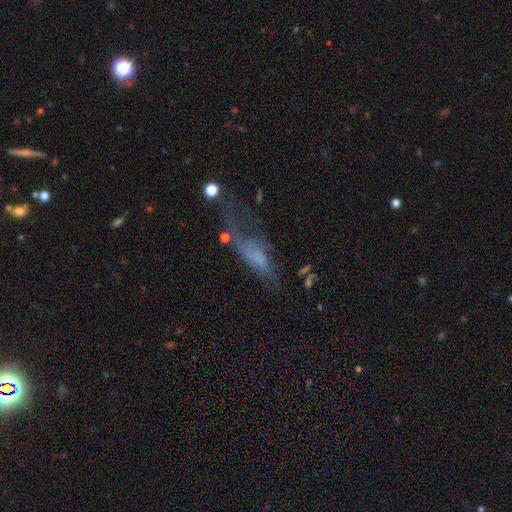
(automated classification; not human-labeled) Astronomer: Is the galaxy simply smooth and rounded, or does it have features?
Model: smooth — 43% (runner-up: featured or disk, 41%).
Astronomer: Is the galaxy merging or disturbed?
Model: major disturbance — 47% (runner-up: none, 25%).